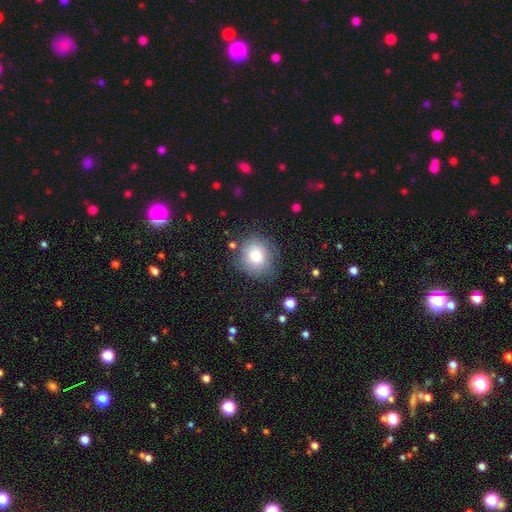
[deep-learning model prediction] Morphology: type=smooth (76%); roundness=round (81%); merging=none (76%).